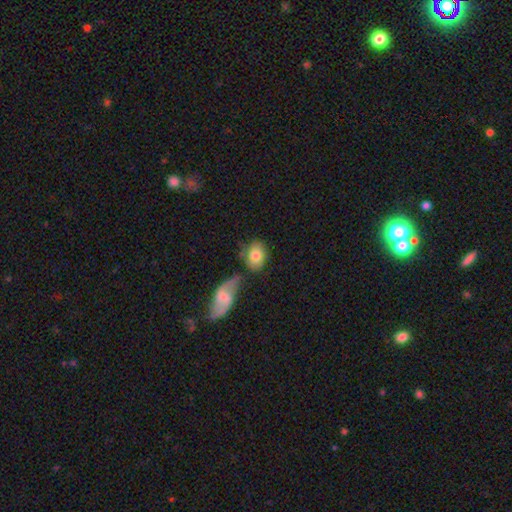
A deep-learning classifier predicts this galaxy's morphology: Smooth or featured?
  - smooth: 74% *
  - featured or disk: 20%
  - star or artifact: 7%
How rounded?
  - in between: 68% *
  - round: 30%
  - cigar-shaped: 2%
Merging?
  - none: 54% *
  - merger: 21%
  - minor disturbance: 18%
  - major disturbance: 7%